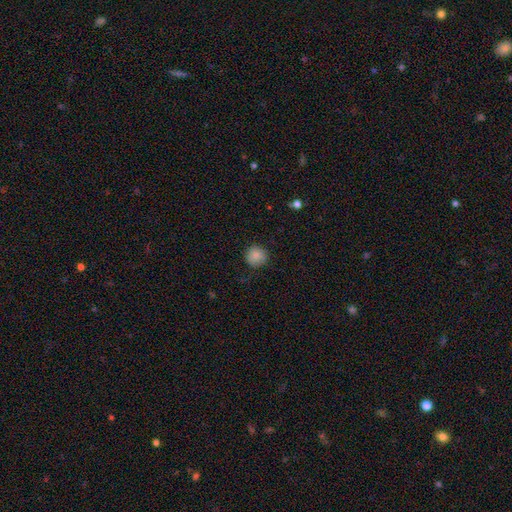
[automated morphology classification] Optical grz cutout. It shows a smooth galaxy with no disk features (86%) that is round (92%). Merging: none (82%).